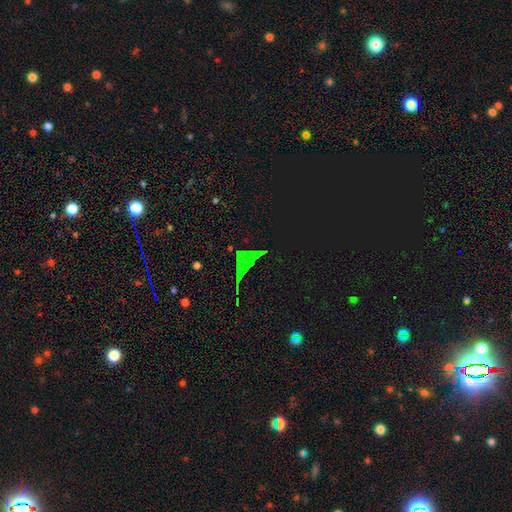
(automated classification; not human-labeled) Morphology: type=star or artifact (77%).